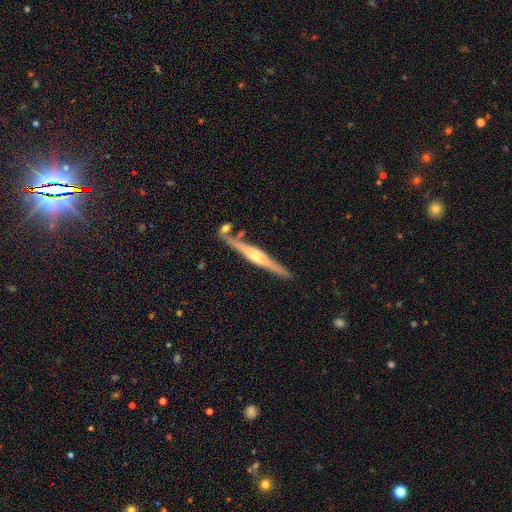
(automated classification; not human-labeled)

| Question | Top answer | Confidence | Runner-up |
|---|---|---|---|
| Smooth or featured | featured or disk | 77% | smooth (17%) |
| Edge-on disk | yes | 97% | no (3%) |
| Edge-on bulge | rounded | 88% | boxy (8%) |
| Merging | none | 79% | minor disturbance (10%) |